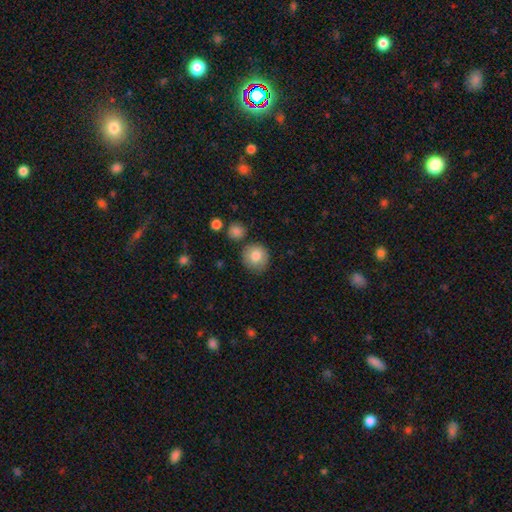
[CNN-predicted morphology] A smooth galaxy with no disk features (83%) that is round (90%).

Vote fractions:
- Smooth or featured? smooth: 83% / featured or disk: 9% / star or artifact: 8%
- How rounded? round: 90% / in between: 9% / cigar-shaped: 1%
- Merging? none: 78% / minor disturbance: 14% / merger: 5% / major disturbance: 3%